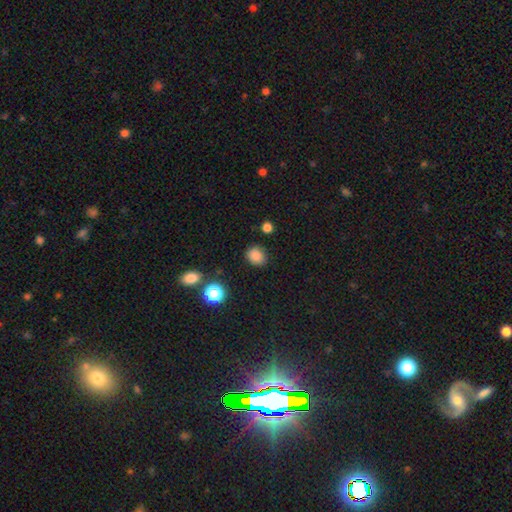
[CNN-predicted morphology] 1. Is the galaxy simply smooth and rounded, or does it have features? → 83% smooth, 12% star or artifact, 5% featured or disk.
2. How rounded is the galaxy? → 64% round, 35% in between, 1% cigar-shaped.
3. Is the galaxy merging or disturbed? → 84% none, 11% minor disturbance, 3% major disturbance, 2% merger.